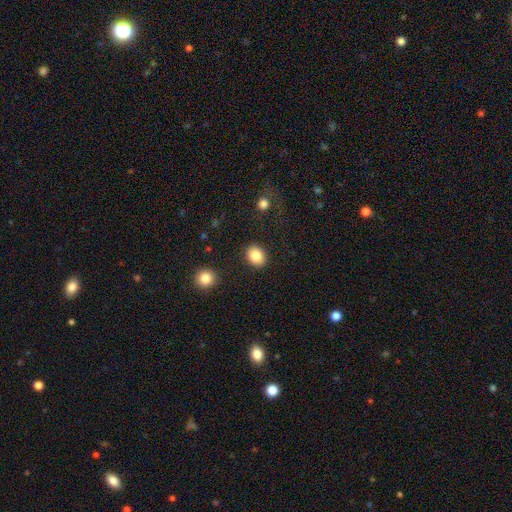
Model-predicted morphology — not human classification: Smooth or featured? smooth (84%)
How rounded? in between (53%)
Merging? none (89%)